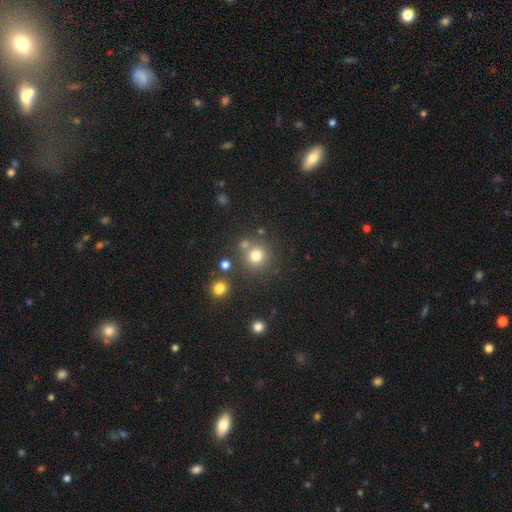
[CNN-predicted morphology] Overall: smooth (76%). How rounded: round (91%). Merging: none (72%).